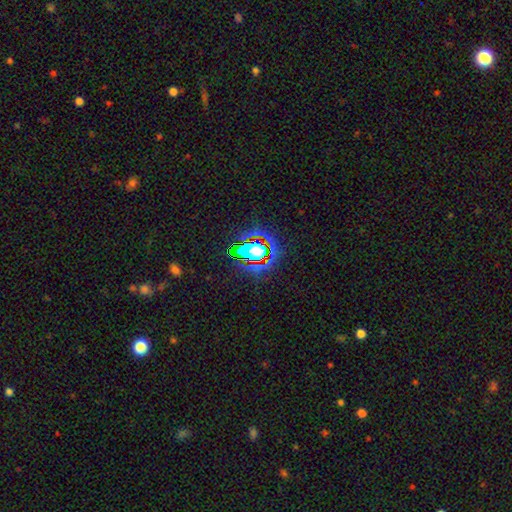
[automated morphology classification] Overall: star or artifact (78%).